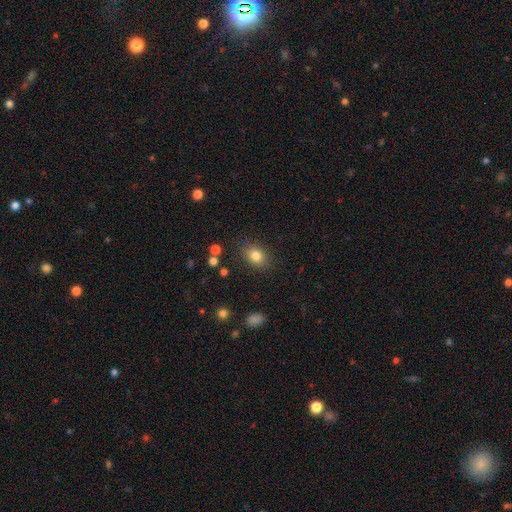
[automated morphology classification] smooth-or-featured: smooth: 81% | star or artifact: 11% | featured or disk: 8%
  how-rounded: in between: 66% | round: 33% | cigar-shaped: 1%
  merging: none: 84% | minor disturbance: 11% | major disturbance: 3% | merger: 2%